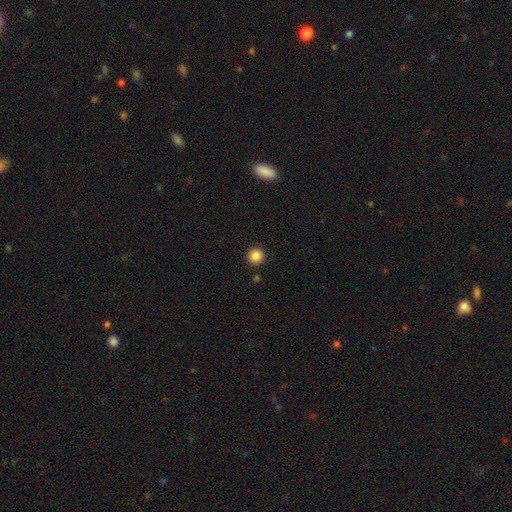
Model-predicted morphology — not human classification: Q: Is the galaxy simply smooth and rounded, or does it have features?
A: smooth — 86%.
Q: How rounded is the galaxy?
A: round — 96%.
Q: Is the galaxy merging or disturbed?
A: none — 92%.